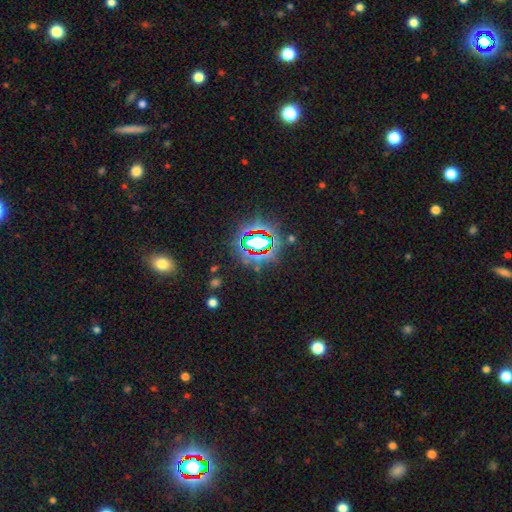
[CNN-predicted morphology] A star or artifact, not a galaxy (79%).

Vote fractions:
- Smooth or featured? star or artifact: 79% / smooth: 13% / featured or disk: 8%